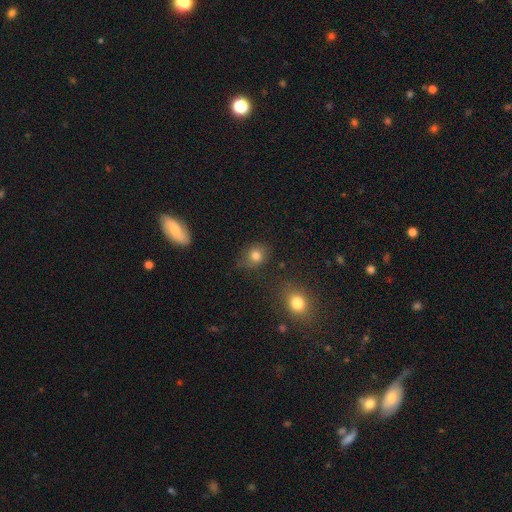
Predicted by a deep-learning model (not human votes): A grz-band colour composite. It shows a smooth galaxy with no disk features (80%) that is round (67%). Merging: none (69%).